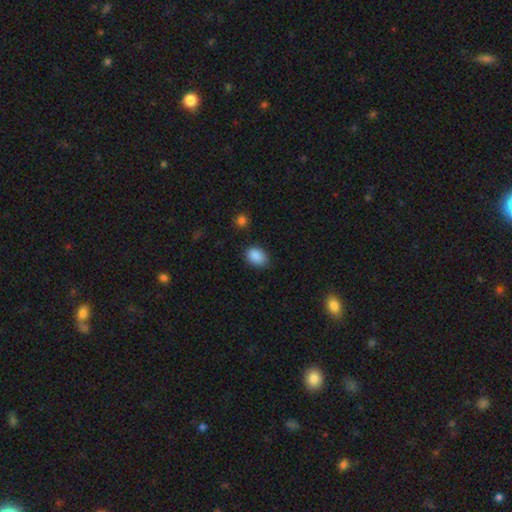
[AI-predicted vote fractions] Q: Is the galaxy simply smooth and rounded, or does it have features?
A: smooth — 88%.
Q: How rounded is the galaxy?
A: in between — 78%.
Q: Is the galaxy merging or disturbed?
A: none — 76%.